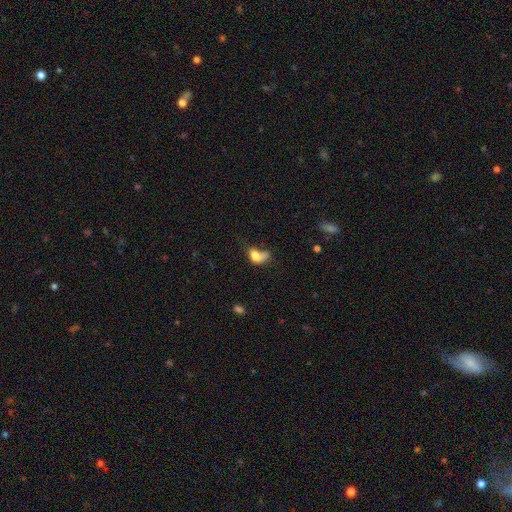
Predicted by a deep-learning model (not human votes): Q: Smooth or featured?
A: smooth (70%); runner-up: featured or disk (19%)
Q: How rounded?
A: in between (79%); runner-up: round (18%)
Q: Merging?
A: major disturbance (35%); runner-up: merger (25%)